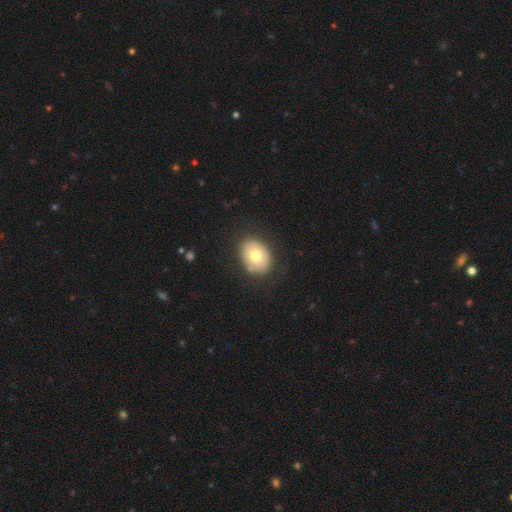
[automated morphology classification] type=smooth (73%); roundness=in between (73%); merging=none (81%).